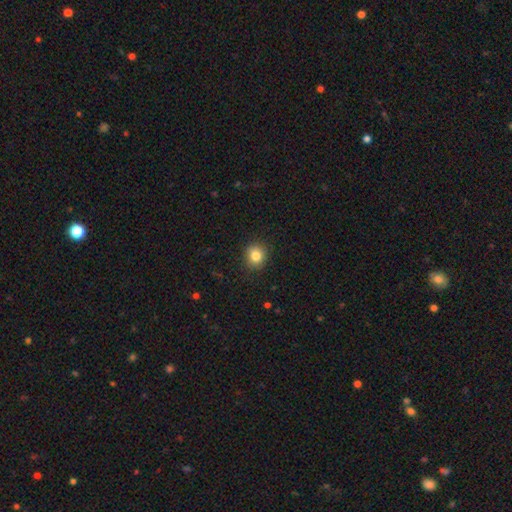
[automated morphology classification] This is clearly a smooth galaxy (83%). How rounded: clearly round (85%). Merging: clearly none (90%).